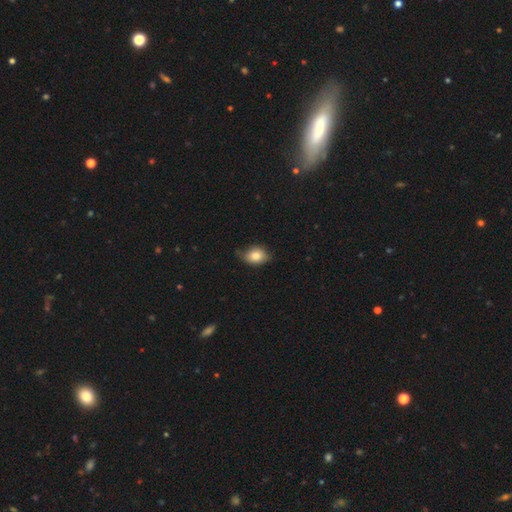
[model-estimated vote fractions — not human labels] Morphology: type=smooth (81%); roundness=in between (69%); merging=none (60%).